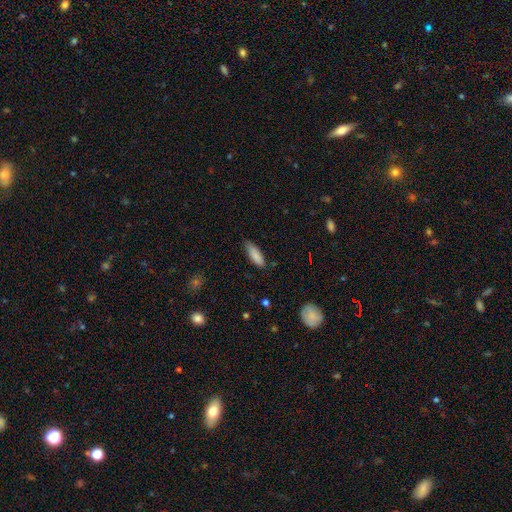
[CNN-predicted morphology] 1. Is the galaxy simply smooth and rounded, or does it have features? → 87% smooth, 7% featured or disk, 7% star or artifact.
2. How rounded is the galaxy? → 55% in between, 44% cigar-shaped, 2% round.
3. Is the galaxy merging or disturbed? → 79% none, 17% minor disturbance, 3% major disturbance, 1% merger.